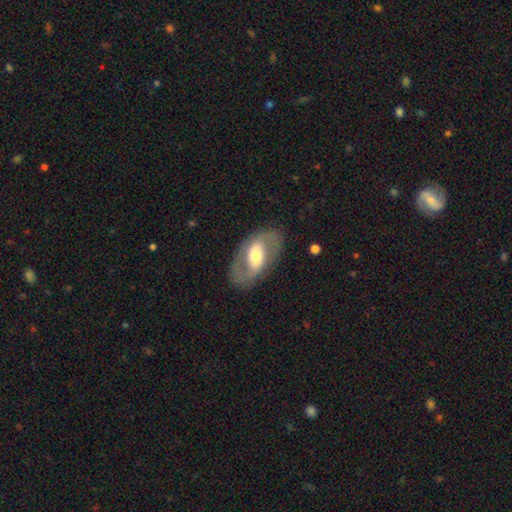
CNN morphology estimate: A featured or disk galaxy (66%) with a weak bar (37%), spiral arms (65%) and a moderate central bulge (60%).

Vote fractions:
- Smooth or featured? featured or disk: 66% / smooth: 28% / star or artifact: 6%
- Edge-on disk? no: 92% / yes: 8%
- Bar? weak: 37% / strong: 33% / no: 30%
- Spiral arms? yes: 65% / no: 35%
- Bulge size? moderate: 60% / large: 22% / small: 14% / dominant: 2% / none: 1%
- Merging? none: 81% / minor disturbance: 12% / major disturbance: 6% / merger: 1%